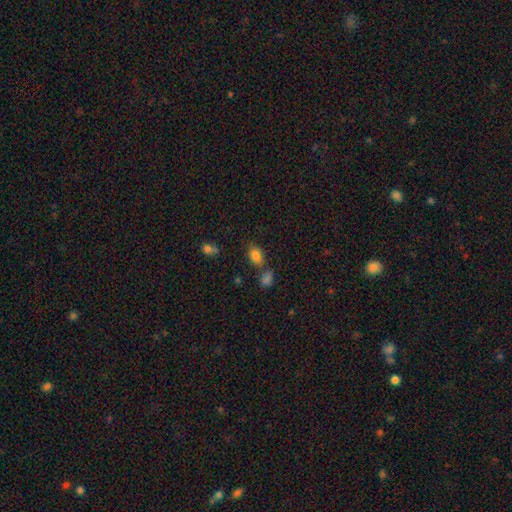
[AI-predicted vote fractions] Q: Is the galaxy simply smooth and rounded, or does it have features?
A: smooth — 82%.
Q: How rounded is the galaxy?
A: in between — 80%.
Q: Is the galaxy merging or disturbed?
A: none — 63%.